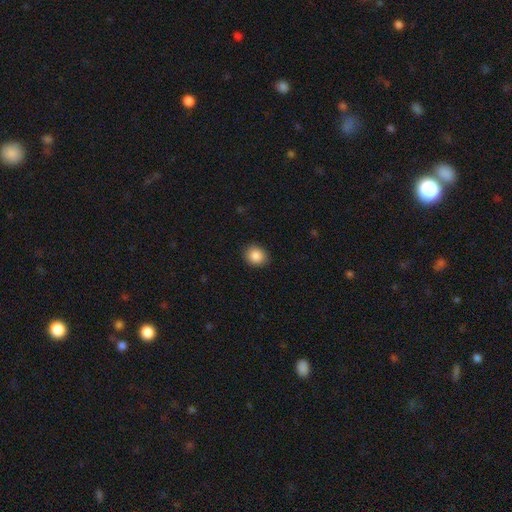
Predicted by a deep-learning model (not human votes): A smooth galaxy with no disk features (87%) that is round (68%). Merging: none (89%).